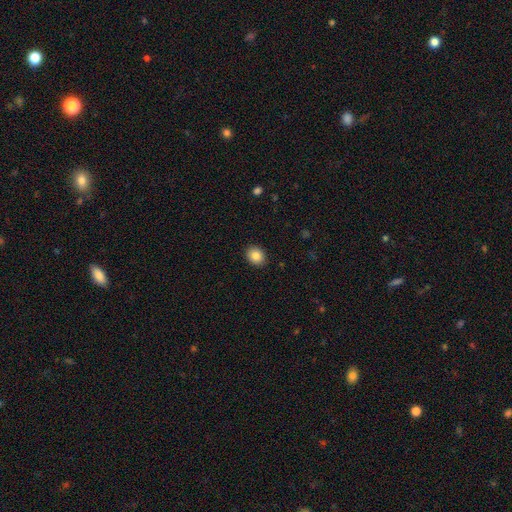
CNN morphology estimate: A smooth galaxy with no disk features (85%) that is round (56%). Merging: none (91%).